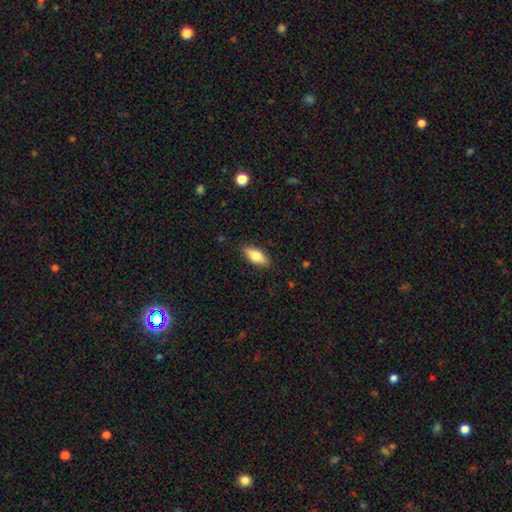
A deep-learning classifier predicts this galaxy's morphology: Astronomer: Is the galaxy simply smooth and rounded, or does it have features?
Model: smooth — 74%.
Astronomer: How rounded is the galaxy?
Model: in between — 75%.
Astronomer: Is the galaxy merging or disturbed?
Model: none — 86%.